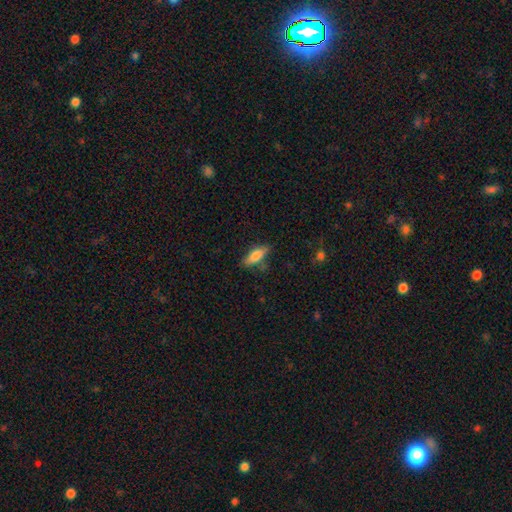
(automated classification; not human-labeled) The model was most divided on "how rounded": in between: 56%, cigar-shaped: 42%, round: 2%. More confident: merging — none (75%); smooth or featured — smooth (73%).